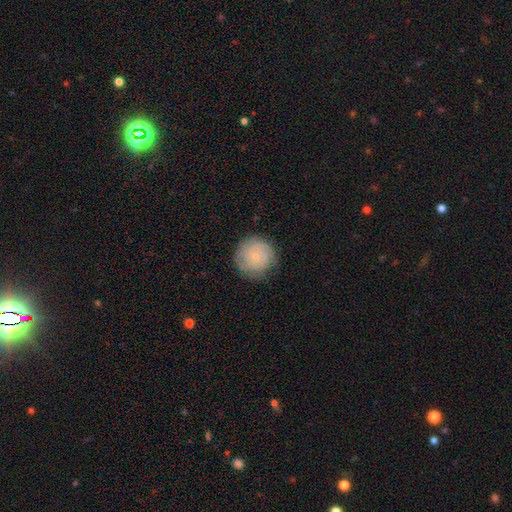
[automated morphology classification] Overall: featured or disk (56%; smooth 37%). Edge-on disk: no (98%). Bar: no (81%). Spiral arms: yes (87%). Bulge size: small (80%). Merging: none (82%).